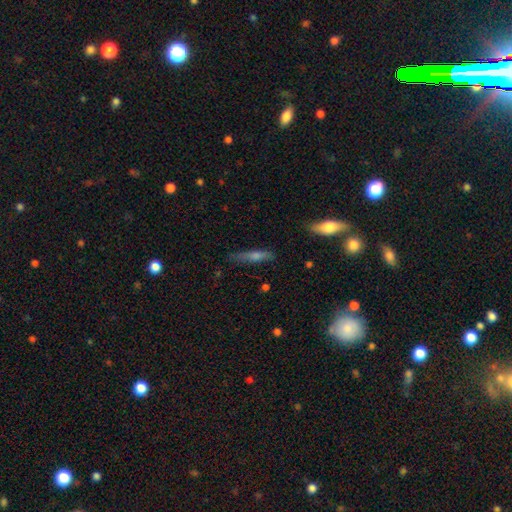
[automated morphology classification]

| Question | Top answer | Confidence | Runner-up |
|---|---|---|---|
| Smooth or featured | smooth | 50% | featured or disk (41%) |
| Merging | none | 79% | minor disturbance (15%) |